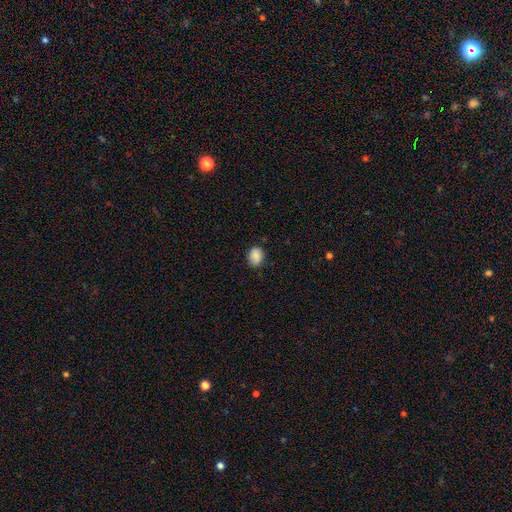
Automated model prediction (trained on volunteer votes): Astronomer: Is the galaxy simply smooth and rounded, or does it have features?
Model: smooth — 87%.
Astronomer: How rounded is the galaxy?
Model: round — 51% (runner-up: in between, 48%).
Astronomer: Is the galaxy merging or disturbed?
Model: none — 79%.